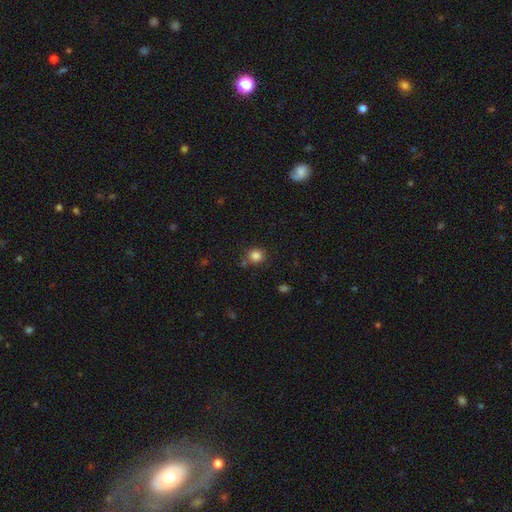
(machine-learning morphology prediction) Q: Smooth or featured?
A: smooth (84%); runner-up: star or artifact (11%)
Q: How rounded?
A: round (88%); runner-up: in between (11%)
Q: Merging?
A: none (76%); runner-up: minor disturbance (12%)